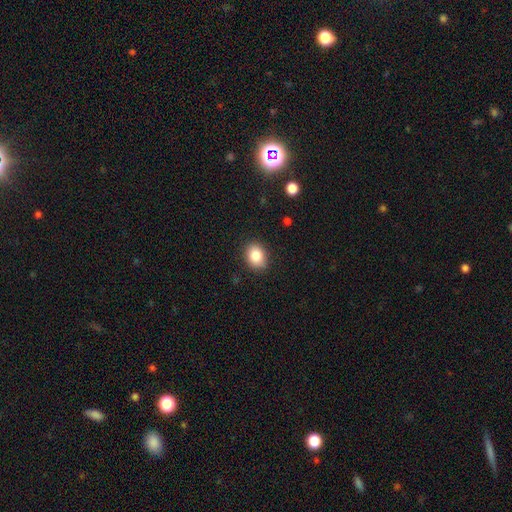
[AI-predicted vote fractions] smooth 85%, star or artifact 9%, featured or disk 6%. Down the decision tree: how rounded — in between (55%); merging — none (87%).